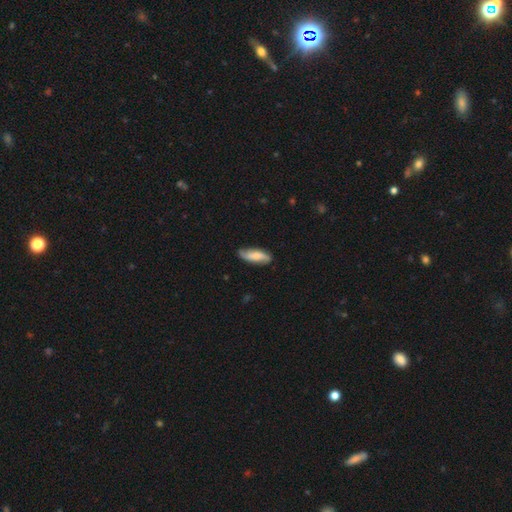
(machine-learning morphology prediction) Smooth or featured? Predicted: smooth (p=0.54). How rounded? Predicted: in between (p=0.61). Merging? Predicted: none (p=0.79).